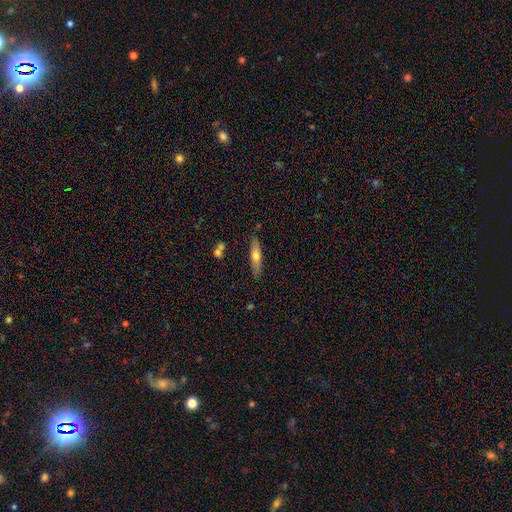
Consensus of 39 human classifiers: Morphology: type=smooth (49%); roundness=cigar-shaped (79%); merging=none (83%).